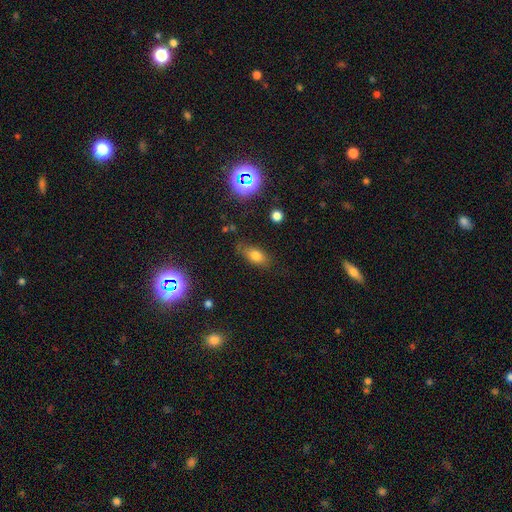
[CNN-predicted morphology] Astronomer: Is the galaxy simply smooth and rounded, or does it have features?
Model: smooth — 73%.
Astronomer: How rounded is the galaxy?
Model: in between — 81%.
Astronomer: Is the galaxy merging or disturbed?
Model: none — 74%.